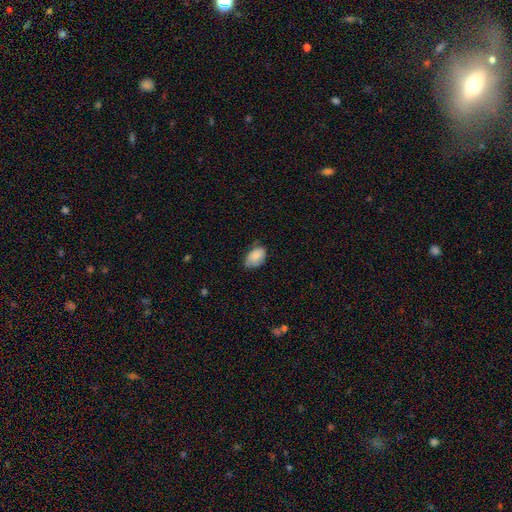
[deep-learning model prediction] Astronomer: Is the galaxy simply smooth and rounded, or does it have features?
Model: smooth — 83%.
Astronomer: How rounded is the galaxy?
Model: in between — 89%.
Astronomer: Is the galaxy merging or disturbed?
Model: none — 55% (runner-up: minor disturbance, 36%).